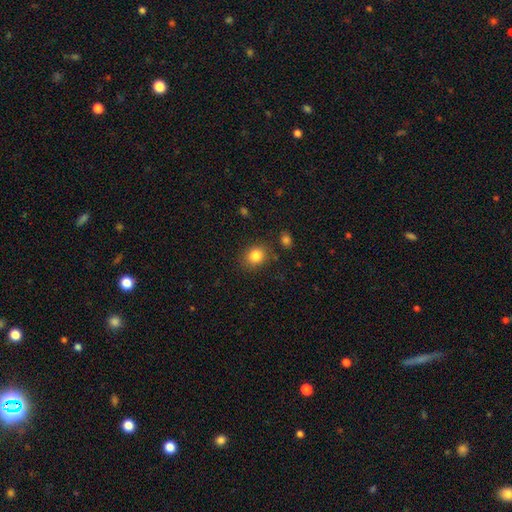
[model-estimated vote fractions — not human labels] The model was most divided on "how rounded": round: 69%, in between: 30%, cigar-shaped: 1%. More confident: smooth or featured — smooth (84%); merging — none (82%).